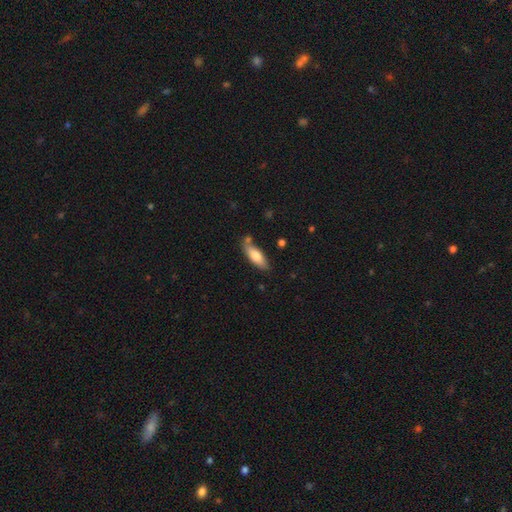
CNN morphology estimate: Smooth or featured?
  - smooth: 72% *
  - featured or disk: 21%
  - star or artifact: 6%
How rounded?
  - in between: 63% *
  - cigar-shaped: 35%
  - round: 2%
Merging?
  - none: 73% *
  - minor disturbance: 16%
  - merger: 8%
  - major disturbance: 3%